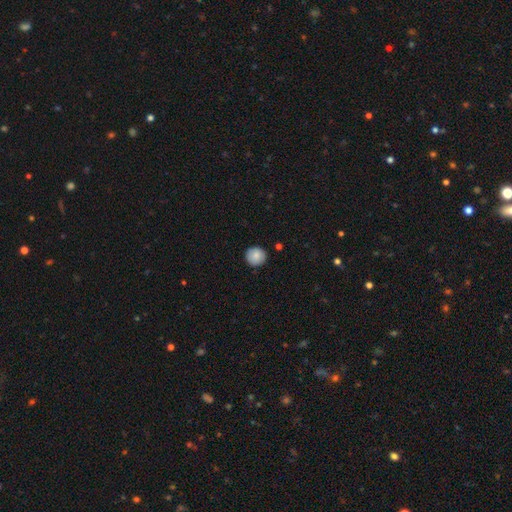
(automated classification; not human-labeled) smooth 85%, star or artifact 8%, featured or disk 7%. Down the decision tree: how rounded — round (93%); merging — none (89%).